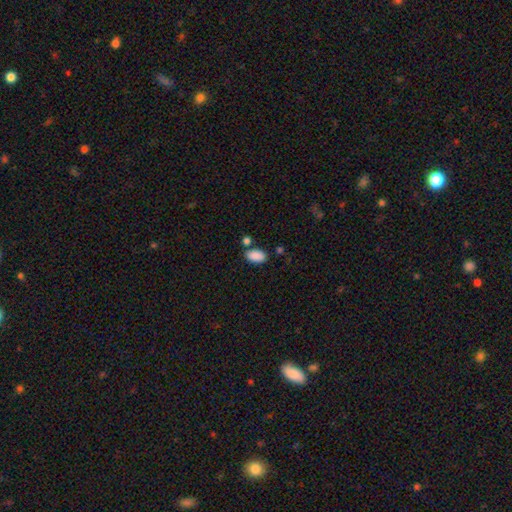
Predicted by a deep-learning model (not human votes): Overall: smooth (89%). How rounded: in between (93%). Merging: none (74%).